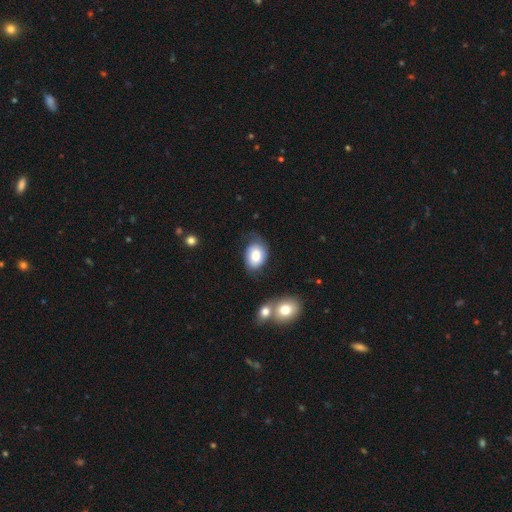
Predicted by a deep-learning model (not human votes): smooth-or-featured: smooth: 77% | featured or disk: 16% | star or artifact: 7%
  how-rounded: in between: 76% | round: 23% | cigar-shaped: 1%
  merging: none: 53% | minor disturbance: 31% | major disturbance: 11% | merger: 5%